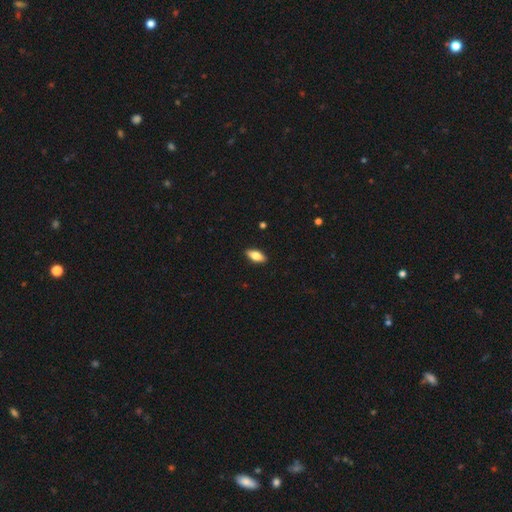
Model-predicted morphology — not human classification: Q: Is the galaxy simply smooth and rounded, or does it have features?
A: smooth — 74%.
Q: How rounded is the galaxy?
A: in between — 83%.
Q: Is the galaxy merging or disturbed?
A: none — 90%.